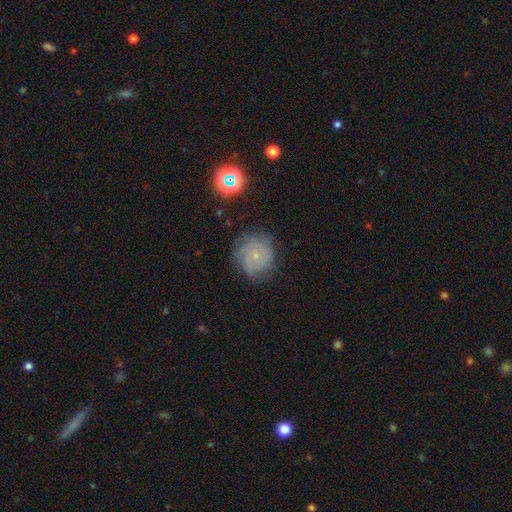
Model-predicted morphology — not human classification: Smooth or featured?
  - featured or disk: 62% *
  - smooth: 27%
  - star or artifact: 11%
Edge-on disk?
  - no: 98% *
  - yes: 2%
Bar?
  - no: 81% *
  - weak: 17%
  - strong: 2%
Spiral arms?
  - yes: 90% *
  - no: 10%
Spiral winding?
  - tight: 64% *
  - medium: 29%
  - loose: 7%
Spiral arm count?
  - can't tell: 36% *
  - 2: 25%
  - 3: 22%
  - 4: 7%
  - 1: 6%
  - more than 4: 5%
Bulge size?
  - small: 79% *
  - moderate: 14%
  - none: 5%
  - large: 1%
  - dominant: 1%
Merging?
  - none: 73% *
  - minor disturbance: 19%
  - major disturbance: 7%
  - merger: 1%